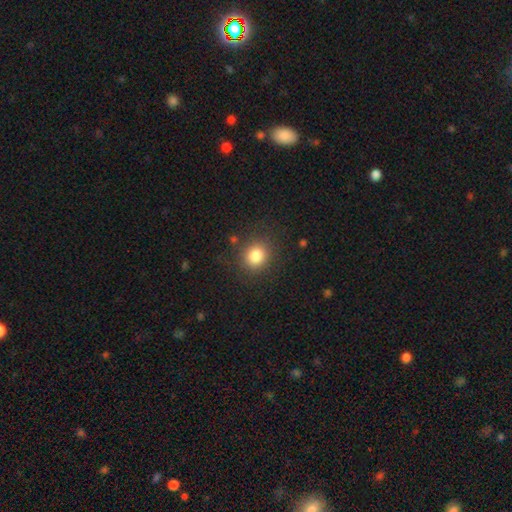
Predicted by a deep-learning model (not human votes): Smooth or featured?
  - smooth: 83% *
  - star or artifact: 11%
  - featured or disk: 6%
How rounded?
  - round: 80% *
  - in between: 19%
  - cigar-shaped: 1%
Merging?
  - none: 85% *
  - minor disturbance: 9%
  - major disturbance: 4%
  - merger: 2%